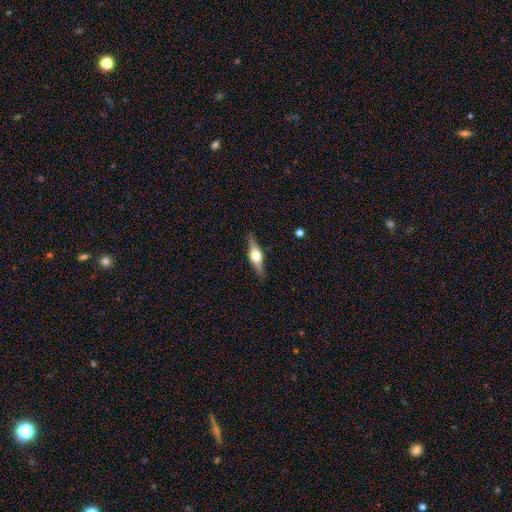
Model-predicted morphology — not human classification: featured or disk 69%, smooth 25%, star or artifact 6%. Down the decision tree: edge-on disk — yes (96%); edge-on bulge — rounded (94%); merging — none (88%).